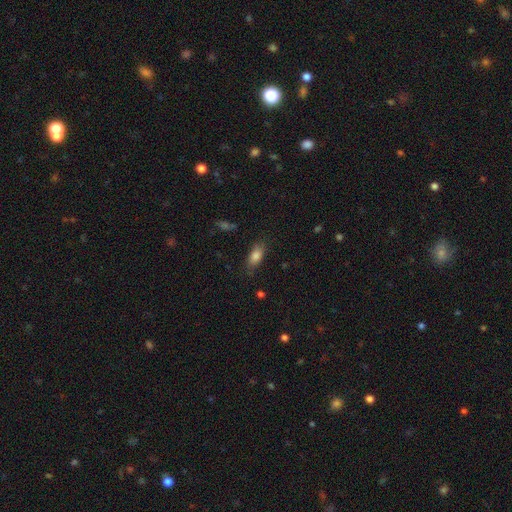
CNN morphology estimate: Smooth or featured?
  - smooth: 83% *
  - featured or disk: 9%
  - star or artifact: 8%
How rounded?
  - in between: 85% *
  - cigar-shaped: 10%
  - round: 5%
Merging?
  - none: 78% *
  - minor disturbance: 16%
  - major disturbance: 4%
  - merger: 2%